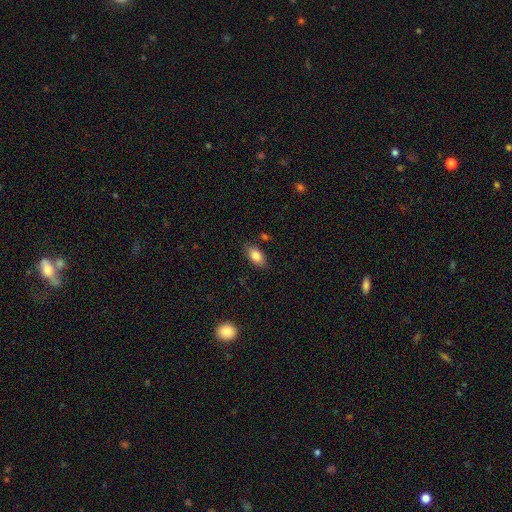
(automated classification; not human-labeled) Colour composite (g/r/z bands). It shows a smooth galaxy with no disk features (83%) that is in between round and cigar-shaped (91%). Merging: none (83%).